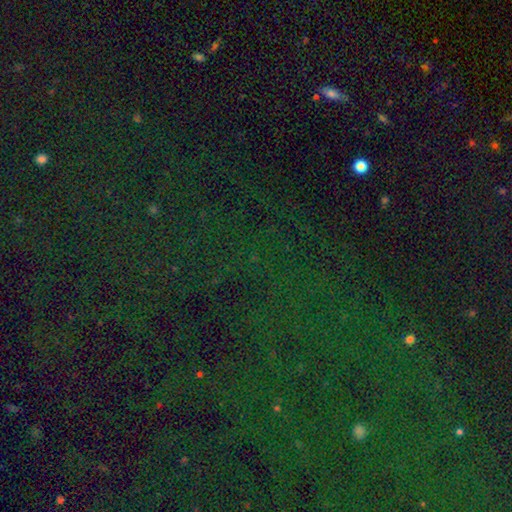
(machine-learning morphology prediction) smooth-or-featured: star or artifact: 82% | smooth: 10% | featured or disk: 7%